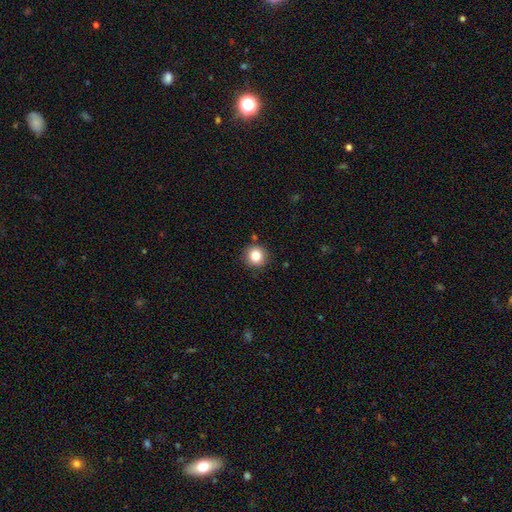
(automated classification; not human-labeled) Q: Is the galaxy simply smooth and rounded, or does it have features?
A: smooth — 82%.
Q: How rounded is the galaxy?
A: round — 93%.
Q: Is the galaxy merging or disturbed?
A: none — 89%.